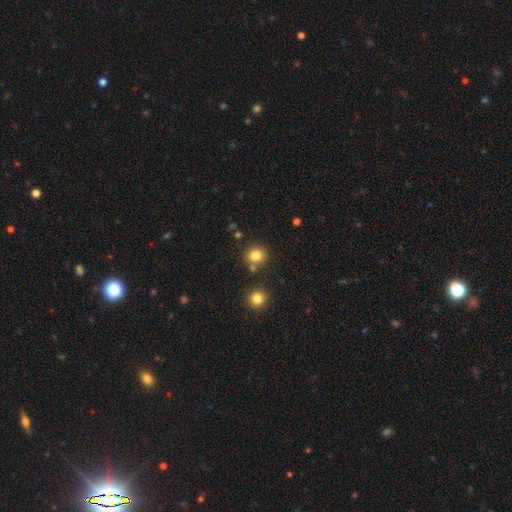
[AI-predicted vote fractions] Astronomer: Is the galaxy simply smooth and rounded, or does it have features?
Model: smooth — 81%.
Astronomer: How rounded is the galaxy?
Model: round — 85%.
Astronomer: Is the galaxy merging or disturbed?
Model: none — 79%.